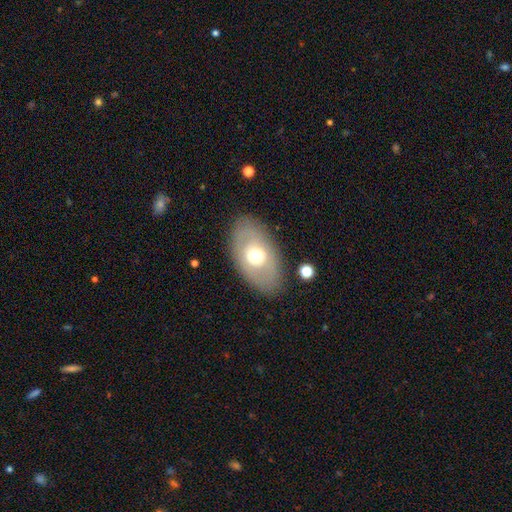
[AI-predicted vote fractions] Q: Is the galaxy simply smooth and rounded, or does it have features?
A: smooth — 50%.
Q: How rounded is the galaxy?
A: in between — 88%.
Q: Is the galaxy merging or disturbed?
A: none — 83%.